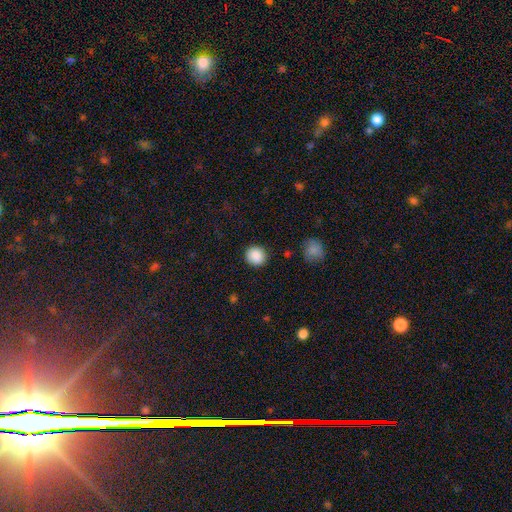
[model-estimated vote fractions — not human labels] Morphology: type=smooth (88%); roundness=round (88%); merging=none (88%).